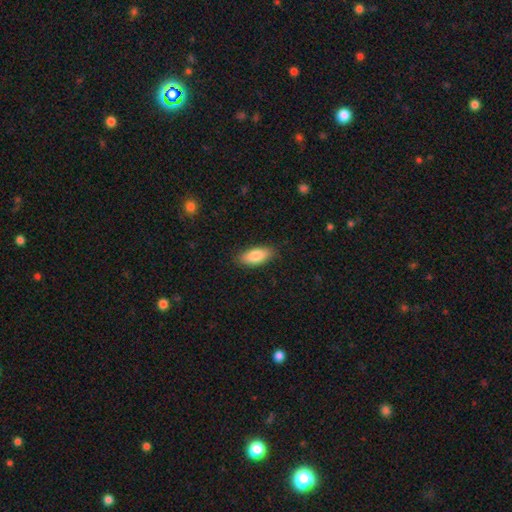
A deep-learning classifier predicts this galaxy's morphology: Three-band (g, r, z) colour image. It shows a smooth galaxy with no disk features (86%) that is in between round and cigar-shaped (84%). Merging: none (86%).